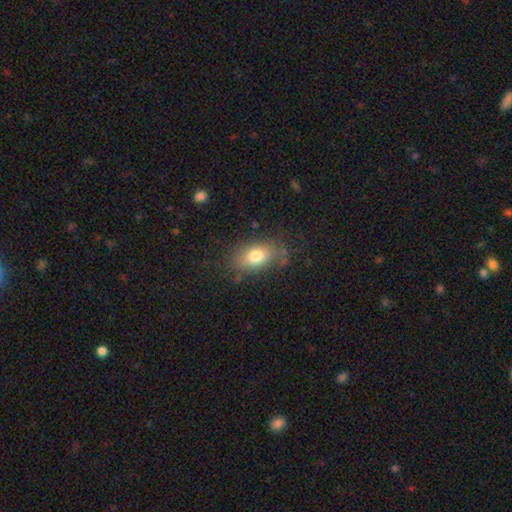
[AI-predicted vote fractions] smooth 77%, featured or disk 14%, star or artifact 9%. Down the decision tree: how rounded — in between (86%); merging — none (76%).